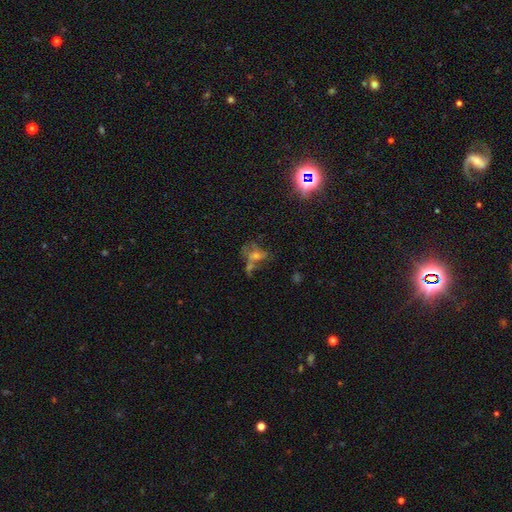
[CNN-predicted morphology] Q: Smooth or featured?
A: featured or disk (39%); runner-up: star or artifact (35%)
Q: Merging?
A: none (34%); runner-up: merger (27%)